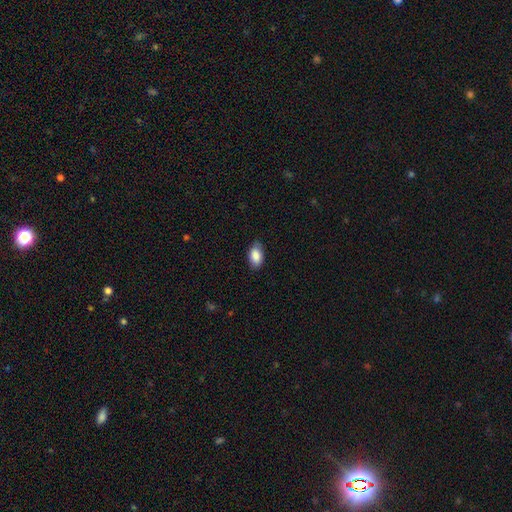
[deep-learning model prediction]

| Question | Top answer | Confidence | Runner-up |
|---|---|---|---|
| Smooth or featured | smooth | 86% | featured or disk (7%) |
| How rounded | in between | 93% | round (4%) |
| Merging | none | 80% | minor disturbance (16%) |